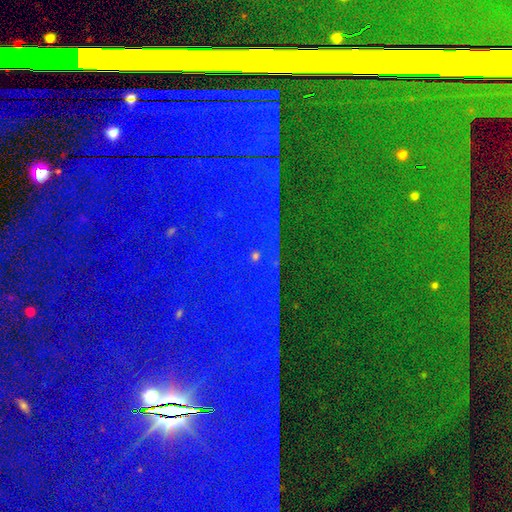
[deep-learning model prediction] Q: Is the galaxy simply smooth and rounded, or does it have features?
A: star or artifact — 89%.